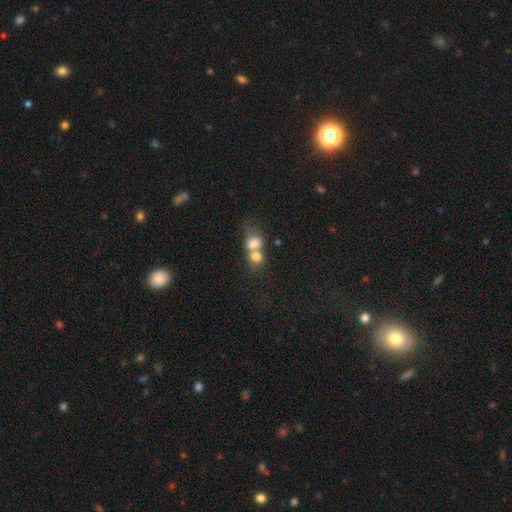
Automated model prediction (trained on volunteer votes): Smooth or featured? smooth (73%)
How rounded? round (54%)
Merging? merger (74%)